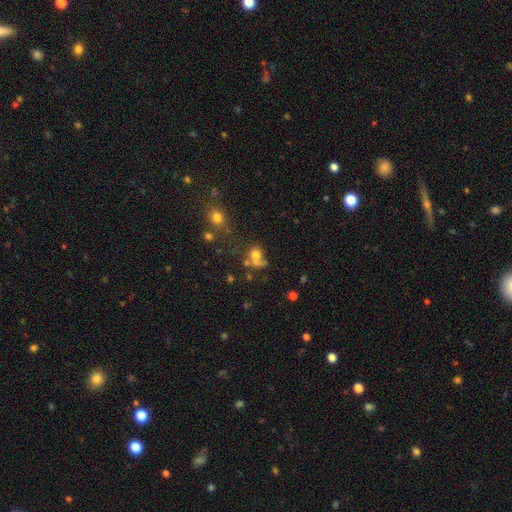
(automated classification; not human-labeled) Smooth or featured?
  - smooth: 63% *
  - featured or disk: 21%
  - star or artifact: 16%
How rounded?
  - round: 63% *
  - in between: 35%
  - cigar-shaped: 2%
Merging?
  - none: 32% *
  - merger: 30%
  - major disturbance: 23%
  - minor disturbance: 14%